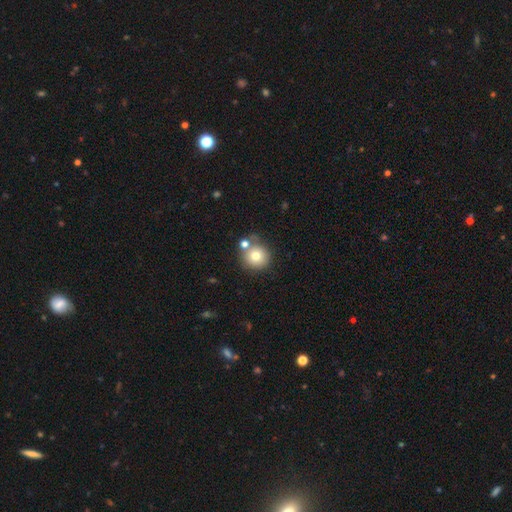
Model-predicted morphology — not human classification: Overall: smooth (75%). How rounded: round (92%). Merging: none (64%).